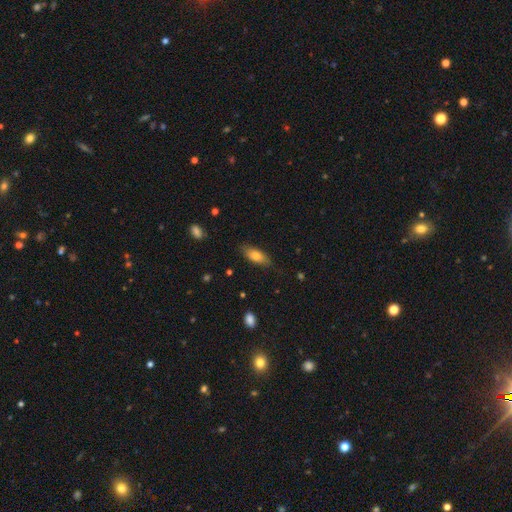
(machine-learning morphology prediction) Smooth or featured? smooth (74%)
How rounded? in between (76%)
Merging? none (78%)